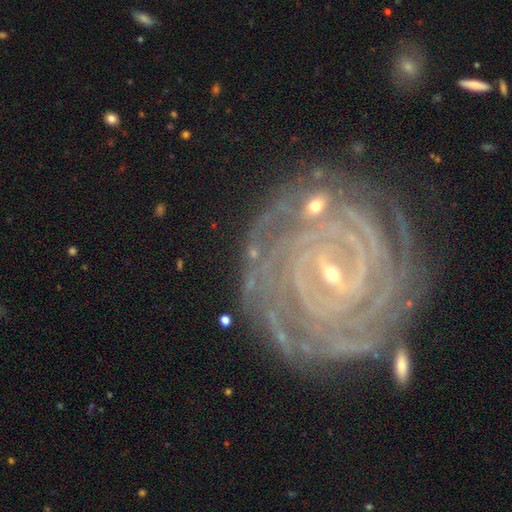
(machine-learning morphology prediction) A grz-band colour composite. It shows a featured or disk galaxy (89%) with a strong bar (43%), 4 (23%) tight (86%) spiral arms (98%) and a small central bulge (75%). Merging: none (77%).